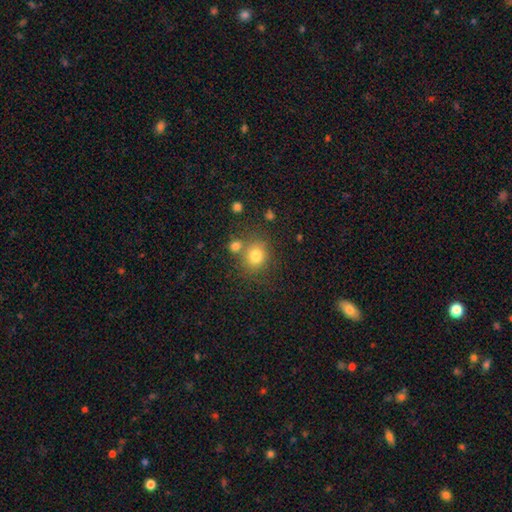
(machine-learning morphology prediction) Q: Smooth or featured?
A: smooth (78%); runner-up: star or artifact (13%)
Q: How rounded?
A: round (74%); runner-up: in between (25%)
Q: Merging?
A: none (65%); runner-up: merger (19%)